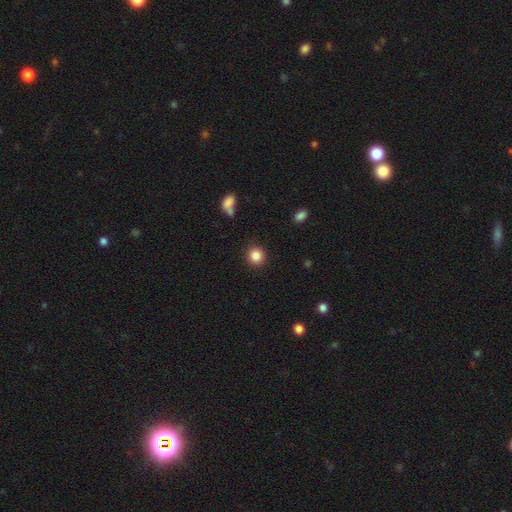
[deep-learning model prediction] smooth_or_featured: smooth (p=0.86) [alt: star or artifact p=0.10]
how_rounded: round (p=0.91) [alt: in between p=0.08]
merging: none (p=0.89) [alt: minor disturbance p=0.06]